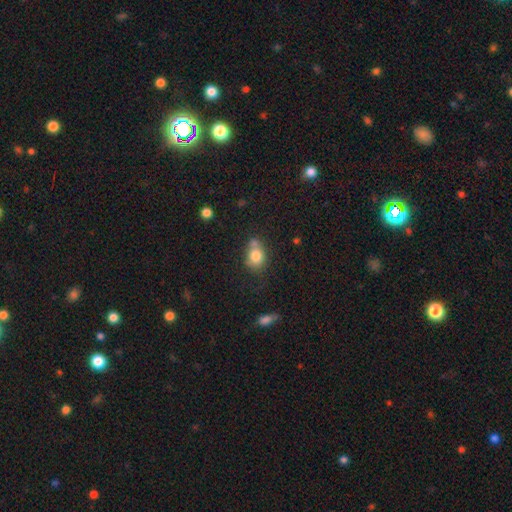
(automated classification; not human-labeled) Overall: smooth (78%). How rounded: in between (52%; round 46%). Merging: none (48%; merger 25%).